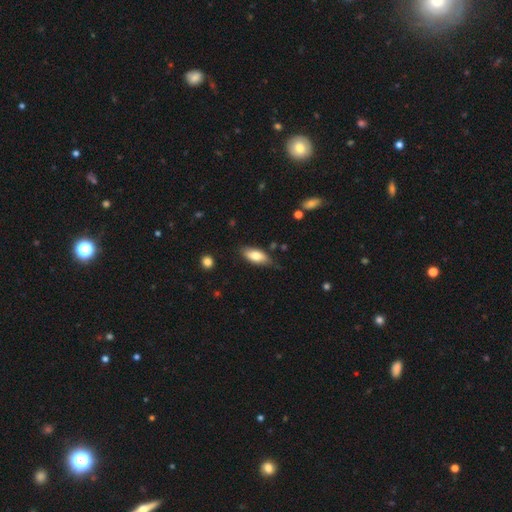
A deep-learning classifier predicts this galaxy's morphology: This is likely a smooth galaxy (75%). How rounded: clearly in between (84%). Merging: likely none (72%).